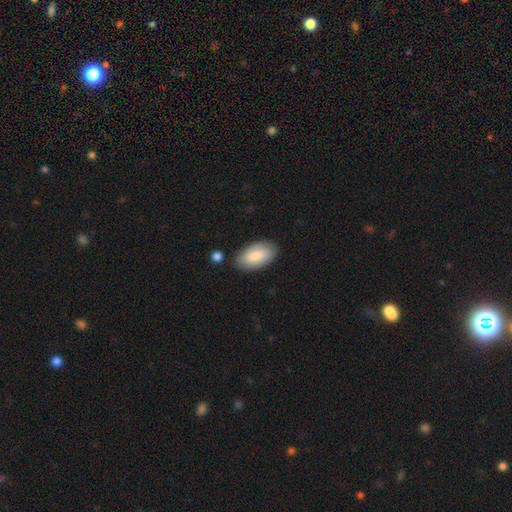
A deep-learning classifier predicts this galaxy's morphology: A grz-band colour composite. It shows a smooth galaxy with no disk features (82%) that is in between round and cigar-shaped (95%). Merging: none (82%).